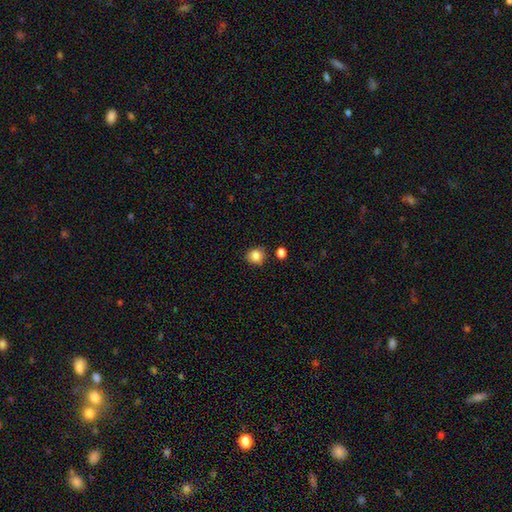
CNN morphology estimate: smooth 85%, star or artifact 11%, featured or disk 5%. Down the decision tree: how rounded — round (83%); merging — none (84%).